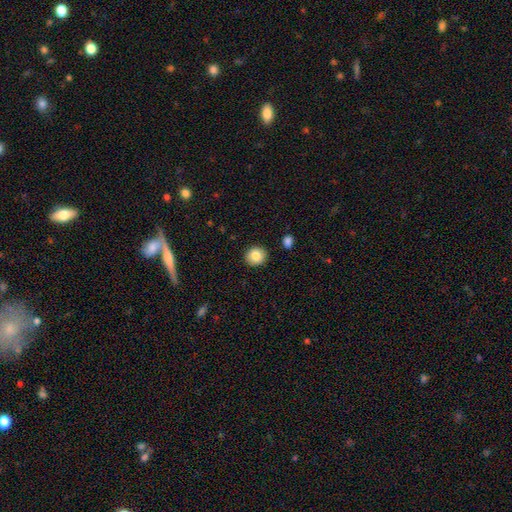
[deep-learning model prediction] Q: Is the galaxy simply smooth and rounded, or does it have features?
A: smooth — 84%.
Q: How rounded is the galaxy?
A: round — 87%.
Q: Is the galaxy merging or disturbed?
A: none — 91%.